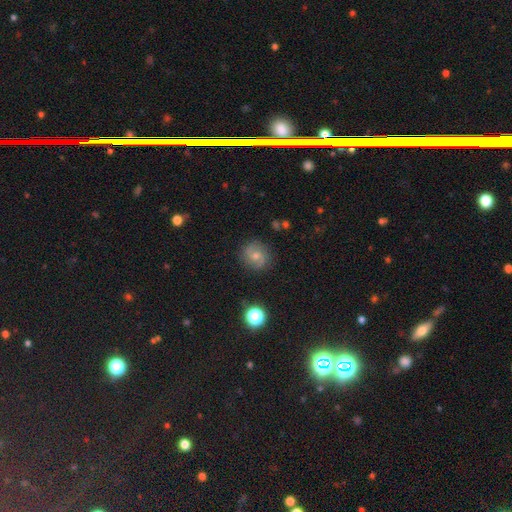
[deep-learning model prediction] A featured or disk galaxy (55%) with no bar (55%), spiral arms (87%) and a moderate central bulge (52%). Merging: none (84%).